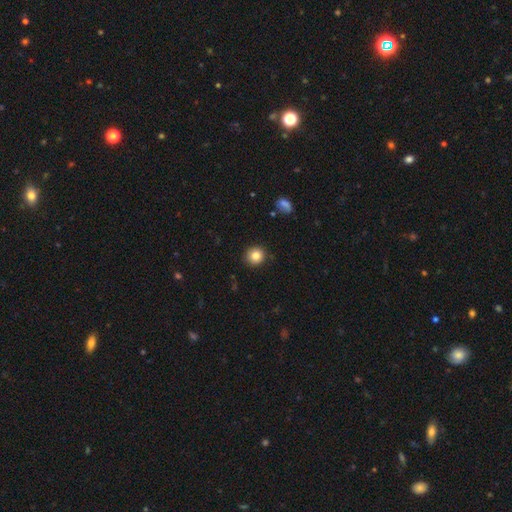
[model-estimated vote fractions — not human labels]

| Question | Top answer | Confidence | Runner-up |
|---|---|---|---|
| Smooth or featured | smooth | 83% | star or artifact (11%) |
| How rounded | round | 90% | in between (9%) |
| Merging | none | 89% | minor disturbance (8%) |